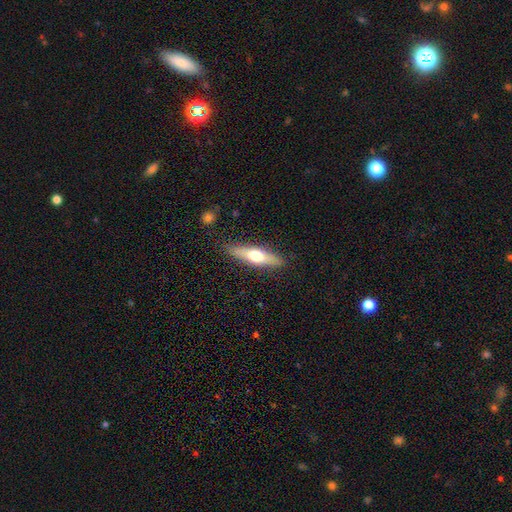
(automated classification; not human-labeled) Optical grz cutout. It shows a smooth galaxy with no disk features (49%). Merging: none (87%).